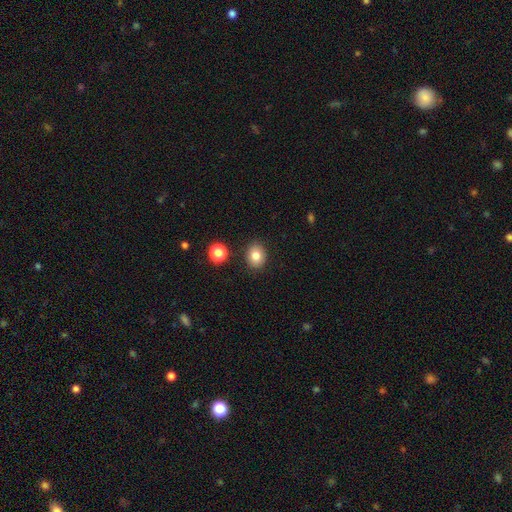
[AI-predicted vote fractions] Smooth or featured: smooth — 82% (star or artifact — 10%)
How rounded: round — 54% (in between — 45%)
Merging: none — 87% (minor disturbance — 8%)